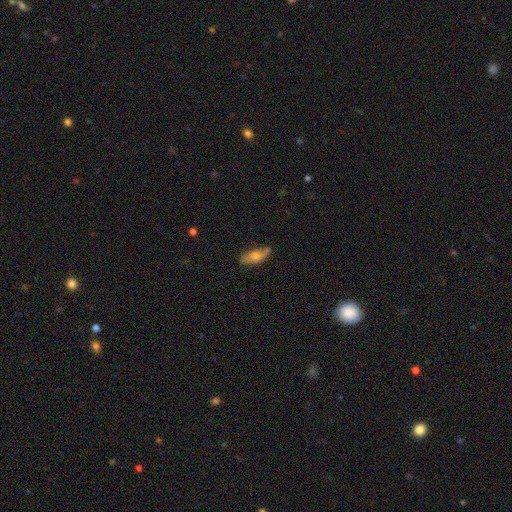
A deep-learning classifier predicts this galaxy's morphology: Smooth or featured? smooth (52%)
How rounded? in between (61%)
Merging? none (76%)